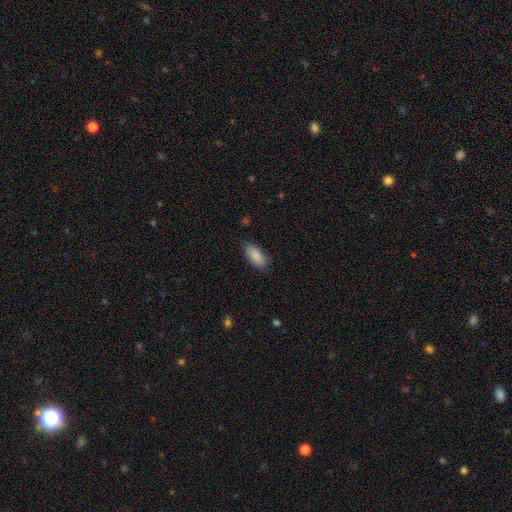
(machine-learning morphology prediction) smooth_or_featured: smooth (p=0.88) [alt: star or artifact p=0.07]
how_rounded: in between (p=0.88) [alt: cigar-shaped p=0.09]
merging: none (p=0.82) [alt: minor disturbance p=0.14]